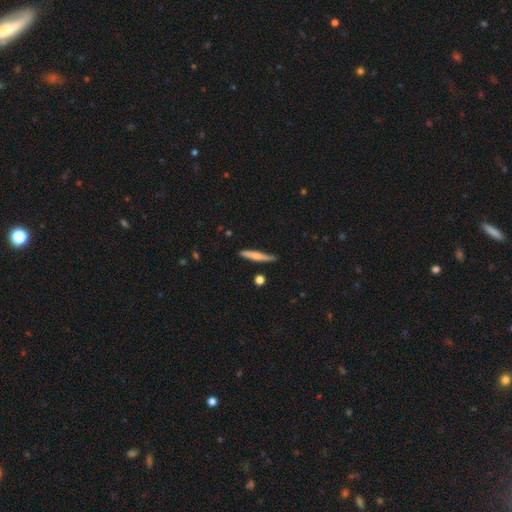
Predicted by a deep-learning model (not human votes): smooth 55%, featured or disk 39%, star or artifact 6%. Down the decision tree: how rounded — cigar-shaped (93%); merging — none (83%).